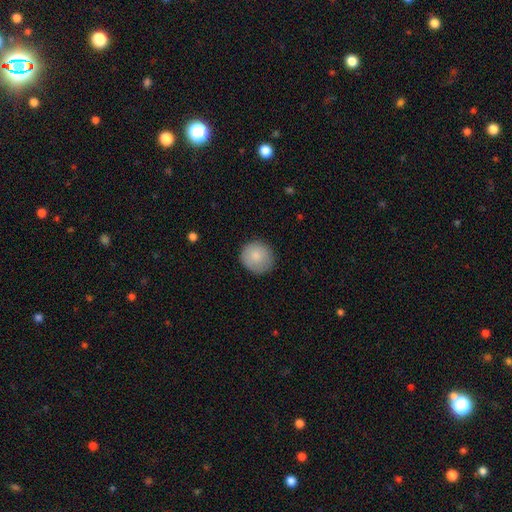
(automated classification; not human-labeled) Q: Smooth or featured?
A: smooth (84%); runner-up: featured or disk (9%)
Q: How rounded?
A: round (91%); runner-up: in between (8%)
Q: Merging?
A: none (85%); runner-up: minor disturbance (11%)